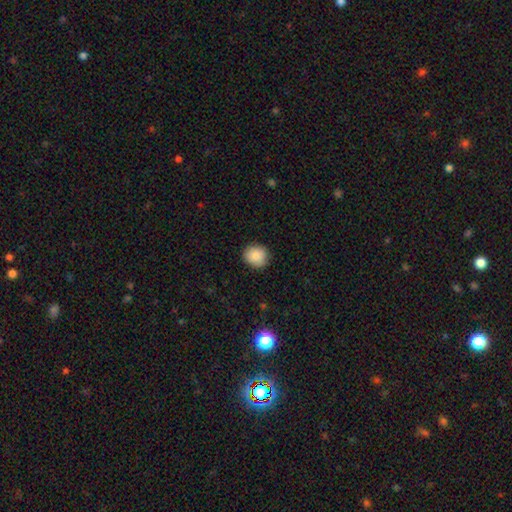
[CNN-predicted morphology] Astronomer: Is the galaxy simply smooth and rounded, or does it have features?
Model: smooth — 86%.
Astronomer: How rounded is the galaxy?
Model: round — 82%.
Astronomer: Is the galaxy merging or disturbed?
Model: none — 87%.